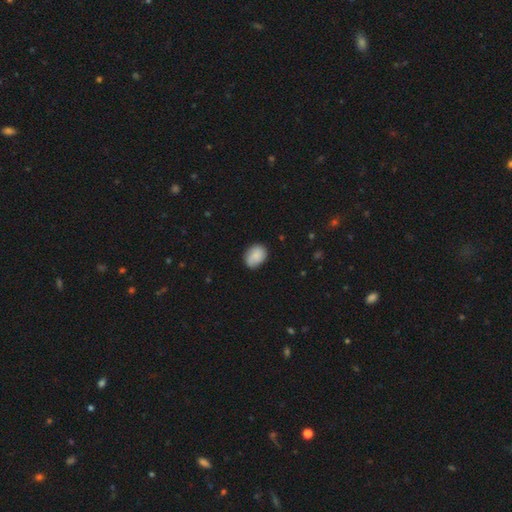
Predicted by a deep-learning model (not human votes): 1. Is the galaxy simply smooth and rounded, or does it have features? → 82% smooth, 11% featured or disk, 7% star or artifact.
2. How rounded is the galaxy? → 62% in between, 37% round, 1% cigar-shaped.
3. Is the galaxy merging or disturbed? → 68% none, 26% minor disturbance, 4% major disturbance, 2% merger.